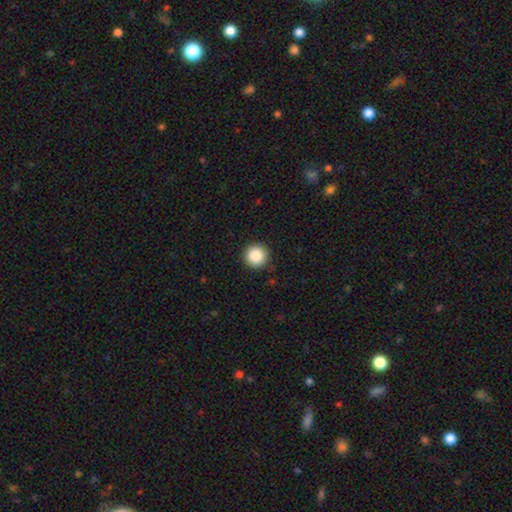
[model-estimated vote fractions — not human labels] smooth_or_featured: smooth (p=0.87) [alt: star or artifact p=0.09]
how_rounded: round (p=0.96) [alt: in between p=0.03]
merging: none (p=0.92) [alt: minor disturbance p=0.06]